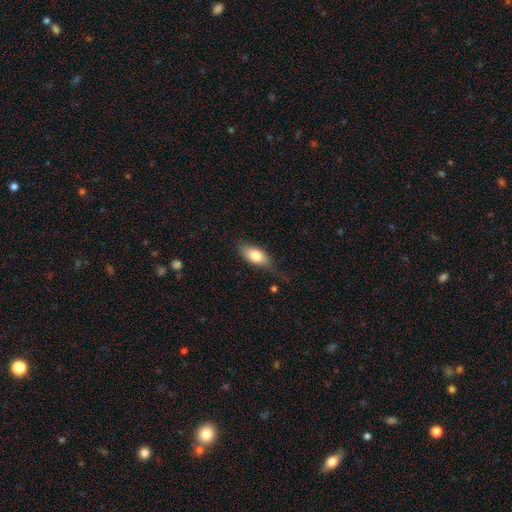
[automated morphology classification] smooth_or_featured: smooth (p=0.79) [alt: featured or disk p=0.15]
how_rounded: in between (p=0.87) [alt: cigar-shaped p=0.09]
merging: none (p=0.63) [alt: minor disturbance p=0.26]